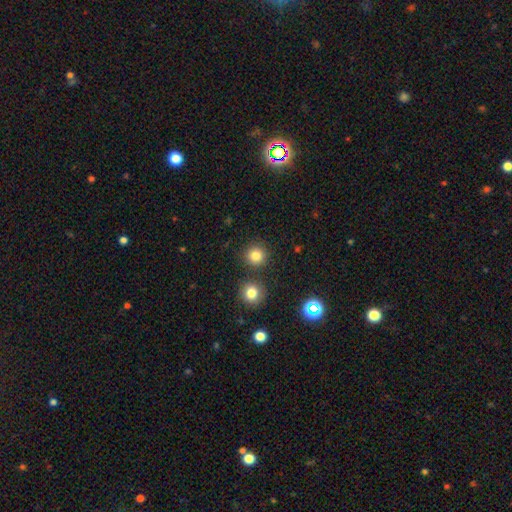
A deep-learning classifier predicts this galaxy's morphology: Smooth or featured: smooth — 81% (star or artifact — 13%)
How rounded: round — 93% (in between — 6%)
Merging: none — 85% (minor disturbance — 7%)